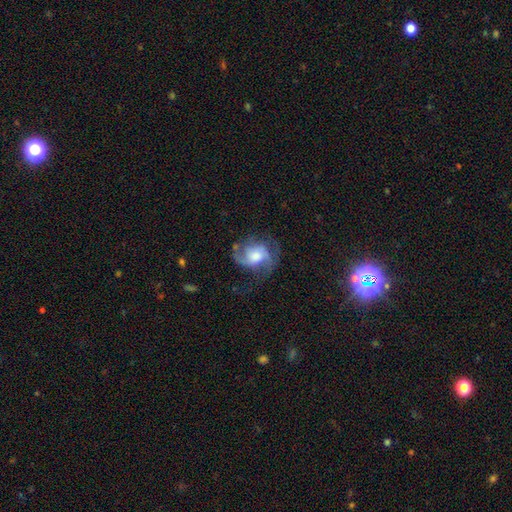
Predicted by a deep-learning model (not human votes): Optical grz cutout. It shows a featured or disk galaxy (74%) with no bar (68%), 2 (45%) medium (48%) spiral arms (92%) and a moderate central bulge (42%). Merging: none (55%).